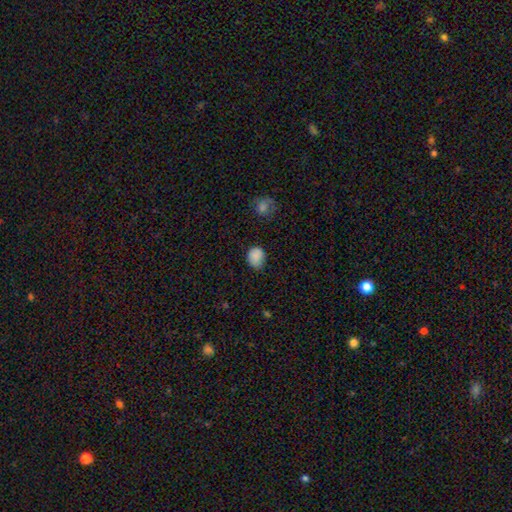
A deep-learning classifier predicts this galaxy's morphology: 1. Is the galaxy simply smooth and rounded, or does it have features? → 86% smooth, 9% star or artifact, 5% featured or disk.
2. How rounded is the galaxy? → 54% round, 45% in between, 1% cigar-shaped.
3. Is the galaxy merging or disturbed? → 69% none, 25% minor disturbance, 5% major disturbance, 2% merger.